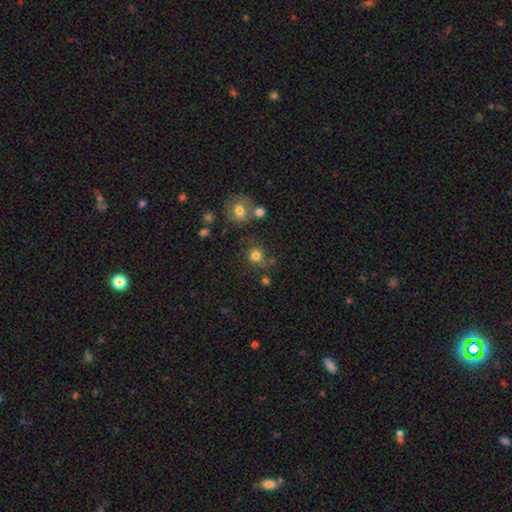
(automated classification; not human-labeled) Smooth or featured: smooth — 78% (star or artifact — 14%)
How rounded: round — 87% (in between — 12%)
Merging: none — 65% (minor disturbance — 15%)